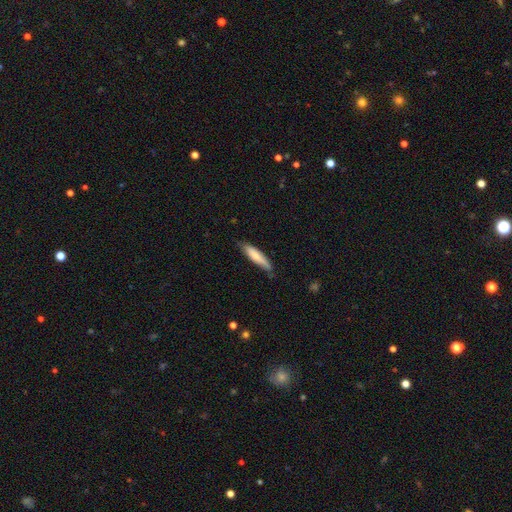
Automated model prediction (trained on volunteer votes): Q: Smooth or featured?
A: smooth (75%); runner-up: featured or disk (20%)
Q: How rounded?
A: cigar-shaped (79%); runner-up: in between (20%)
Q: Merging?
A: none (68%); runner-up: minor disturbance (26%)